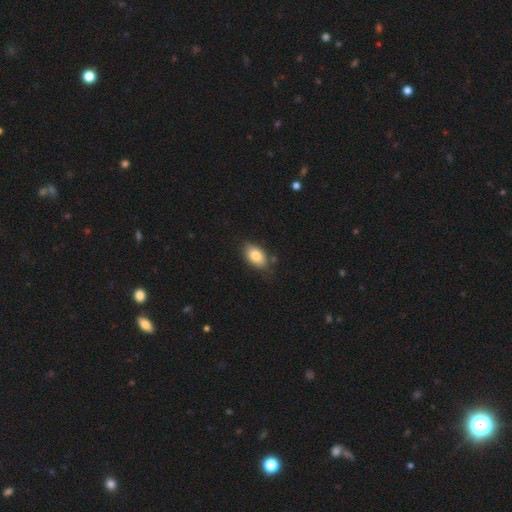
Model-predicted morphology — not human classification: smooth_or_featured: smooth (p=0.82) [alt: featured or disk p=0.10]
how_rounded: in between (p=0.91) [alt: round p=0.07]
merging: none (p=0.78) [alt: minor disturbance p=0.17]